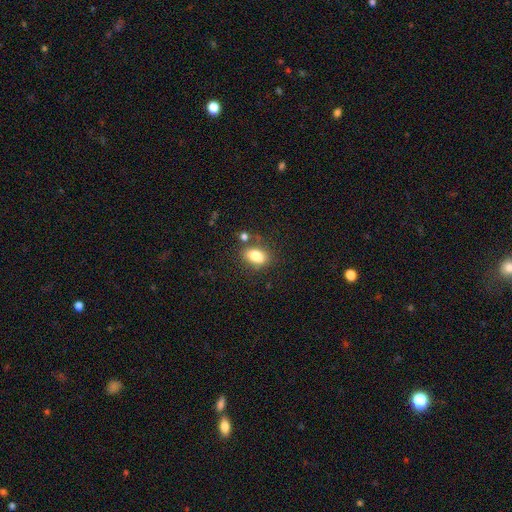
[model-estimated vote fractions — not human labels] This is clearly a smooth galaxy (81%). How rounded: clearly in between (86%). Merging: likely none (67%).